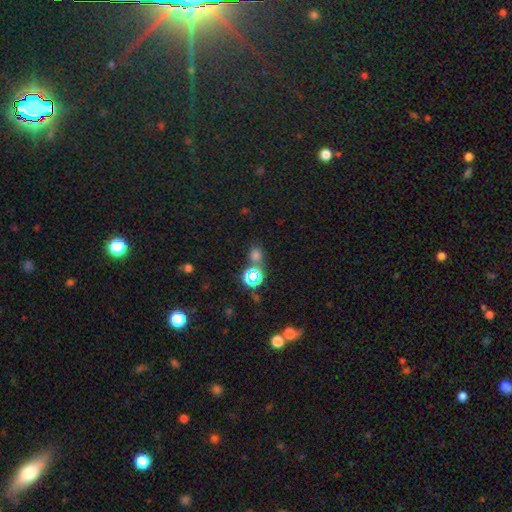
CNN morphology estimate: Smooth or featured: smooth — 57% (star or artifact — 37%)
How rounded: round — 75% (in between — 24%)
Merging: none — 68% (merger — 17%)